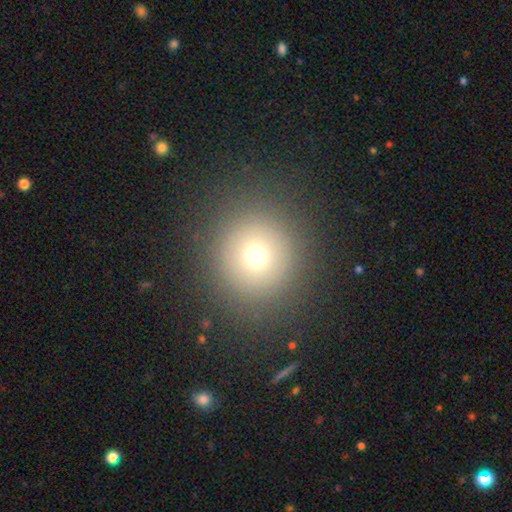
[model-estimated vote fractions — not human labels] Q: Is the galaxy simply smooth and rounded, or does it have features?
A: smooth — 69%.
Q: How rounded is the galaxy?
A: round — 93%.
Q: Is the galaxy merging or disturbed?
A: none — 88%.